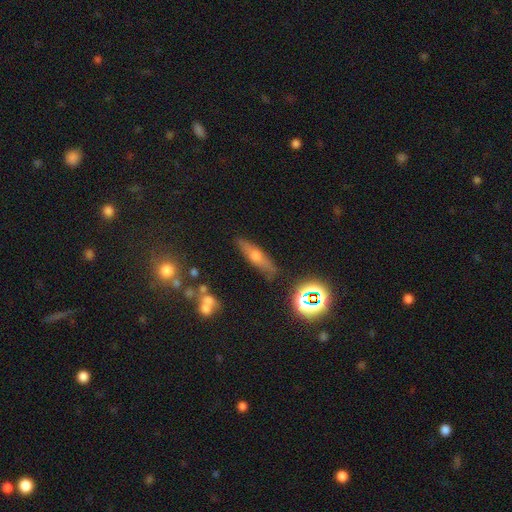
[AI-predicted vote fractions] Smooth or featured?
  - featured or disk: 44% *
  - smooth: 43%
  - star or artifact: 14%
Merging?
  - none: 82% *
  - minor disturbance: 12%
  - major disturbance: 3%
  - merger: 3%